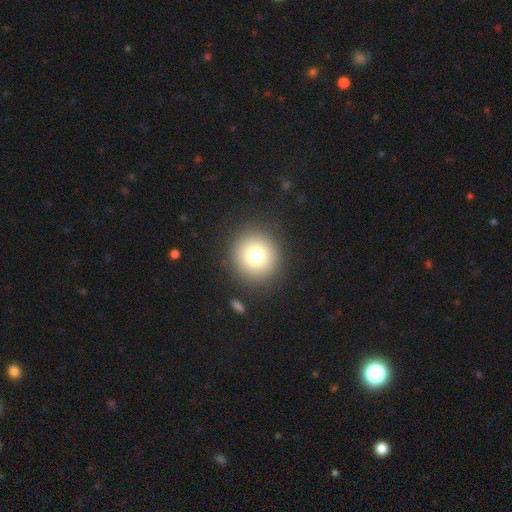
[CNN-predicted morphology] The model was most divided on "smooth or featured": smooth: 76%, star or artifact: 13%, featured or disk: 11%. More confident: how rounded — round (93%); merging — none (89%).